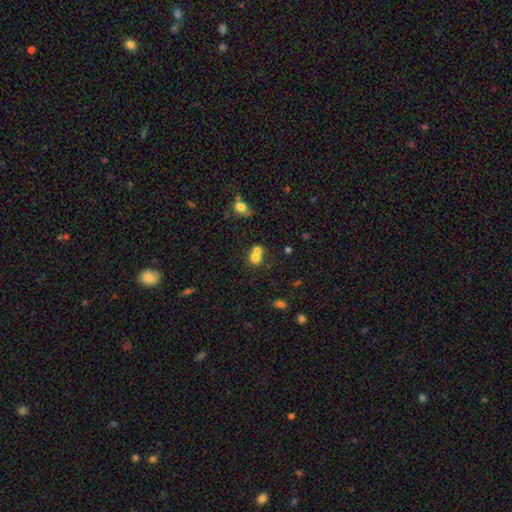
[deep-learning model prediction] The model was most divided on "merging": merger: 62%, none: 28%, minor disturbance: 7%, major disturbance: 3%. More confident: smooth or featured — smooth (72%); how rounded — round (69%).